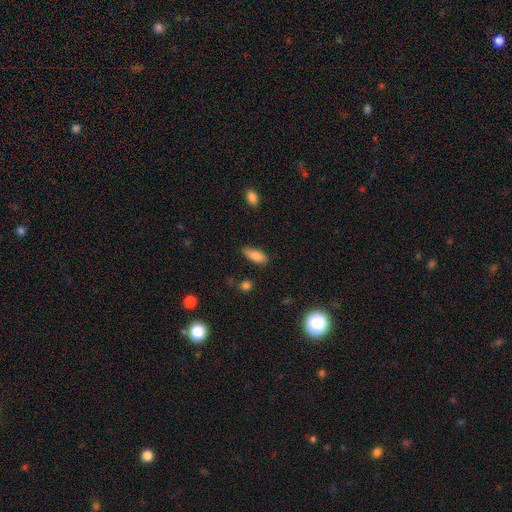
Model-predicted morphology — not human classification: Smooth or featured?
  - smooth: 84% *
  - featured or disk: 8%
  - star or artifact: 8%
How rounded?
  - in between: 79% *
  - cigar-shaped: 19%
  - round: 2%
Merging?
  - none: 76% *
  - minor disturbance: 19%
  - major disturbance: 3%
  - merger: 2%